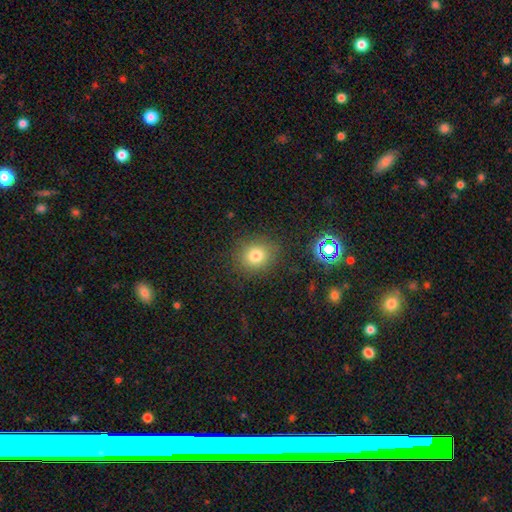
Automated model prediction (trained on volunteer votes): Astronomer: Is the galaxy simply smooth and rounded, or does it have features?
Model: smooth — 75%.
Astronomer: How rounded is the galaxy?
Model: round — 78%.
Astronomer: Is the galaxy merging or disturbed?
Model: none — 84%.